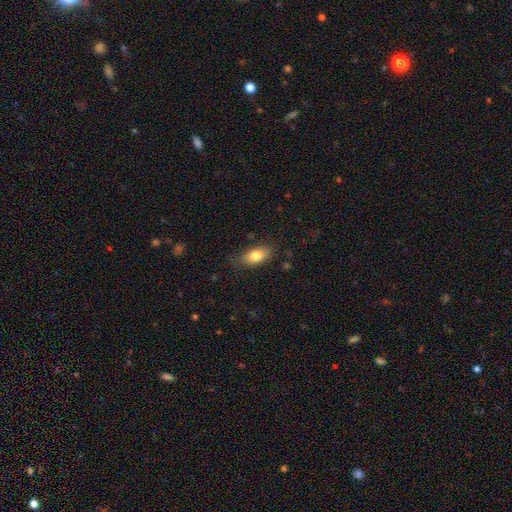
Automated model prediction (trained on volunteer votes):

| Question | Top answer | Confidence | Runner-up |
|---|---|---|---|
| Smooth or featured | smooth | 79% | featured or disk (13%) |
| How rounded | in between | 87% | cigar-shaped (8%) |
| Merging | none | 79% | minor disturbance (16%) |